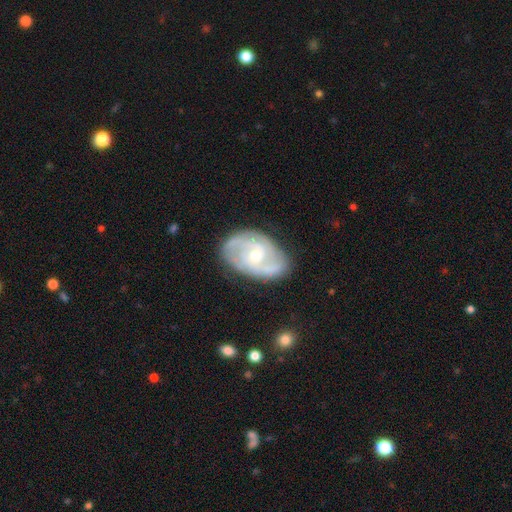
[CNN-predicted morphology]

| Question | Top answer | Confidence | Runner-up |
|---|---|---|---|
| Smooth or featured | featured or disk | 84% | smooth (11%) |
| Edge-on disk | no | 97% | yes (3%) |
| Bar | no | 61% | weak (34%) |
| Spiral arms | yes | 95% | no (5%) |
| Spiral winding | tight | 53% | medium (38%) |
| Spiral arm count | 2 | 41% | 3 (26%) |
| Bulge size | moderate | 52% | small (44%) |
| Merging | none | 77% | minor disturbance (17%) |